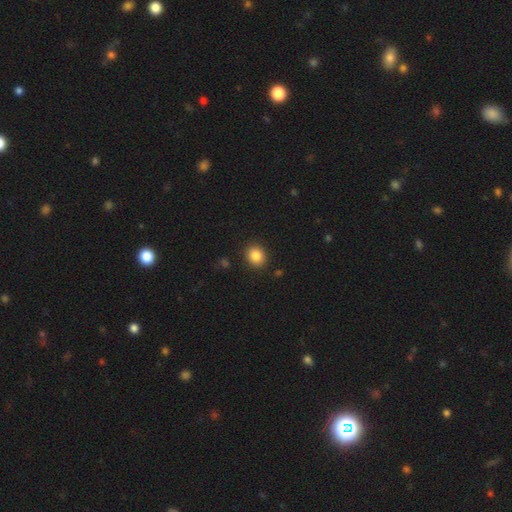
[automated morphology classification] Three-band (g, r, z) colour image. It shows a smooth galaxy with no disk features (85%) that is round (72%). Merging: none (90%).